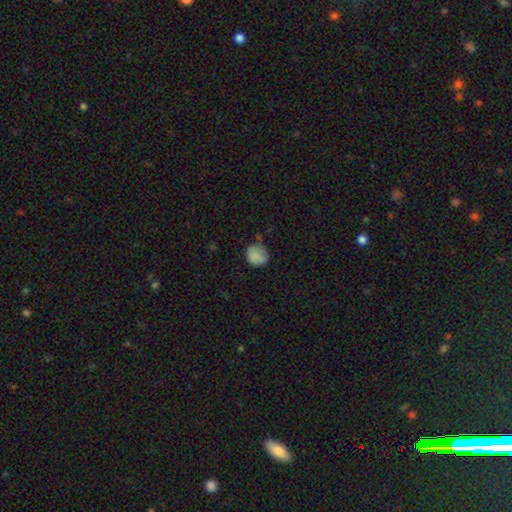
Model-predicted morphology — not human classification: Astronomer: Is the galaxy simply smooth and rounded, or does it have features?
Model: smooth — 84%.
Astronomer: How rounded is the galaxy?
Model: round — 80%.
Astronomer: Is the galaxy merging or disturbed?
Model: none — 65%.